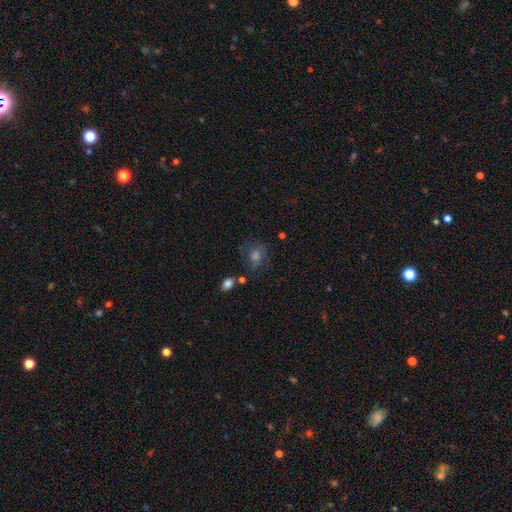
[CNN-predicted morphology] smooth 45%, featured or disk 33%, star or artifact 23%. Down the decision tree: merging — none (65%).